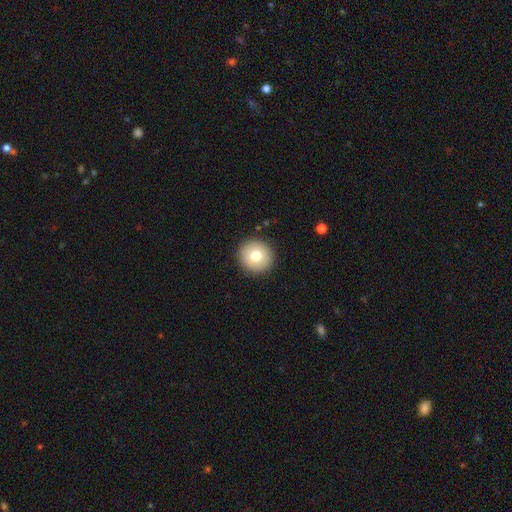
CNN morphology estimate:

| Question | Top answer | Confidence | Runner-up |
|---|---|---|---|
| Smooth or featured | smooth | 75% | featured or disk (16%) |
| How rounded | round | 93% | in between (6%) |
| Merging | none | 91% | minor disturbance (6%) |